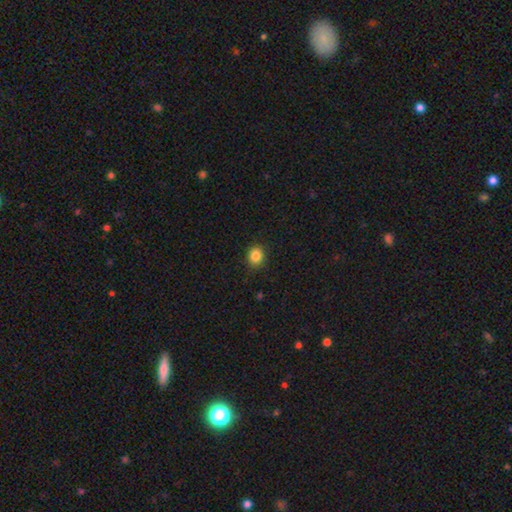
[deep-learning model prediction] A smooth galaxy with no disk features (85%) that is round (77%). Merging: none (90%).